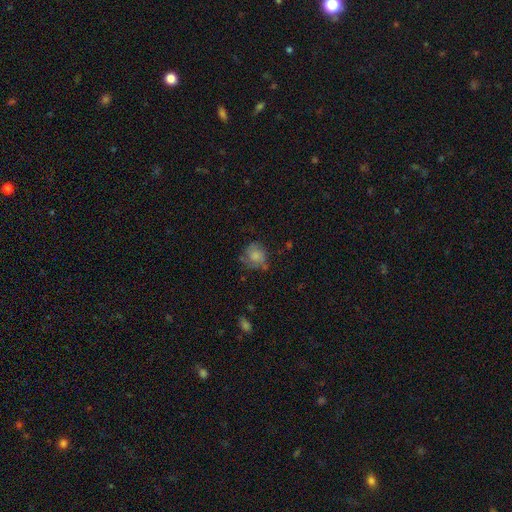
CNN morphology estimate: Smooth or featured? smooth (73%)
How rounded? round (81%)
Merging? none (59%)